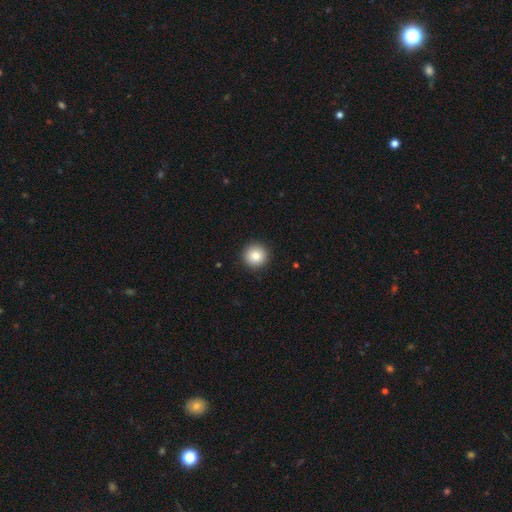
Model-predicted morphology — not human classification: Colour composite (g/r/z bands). It shows a smooth galaxy with no disk features (83%) that is round (96%). Merging: none (93%).